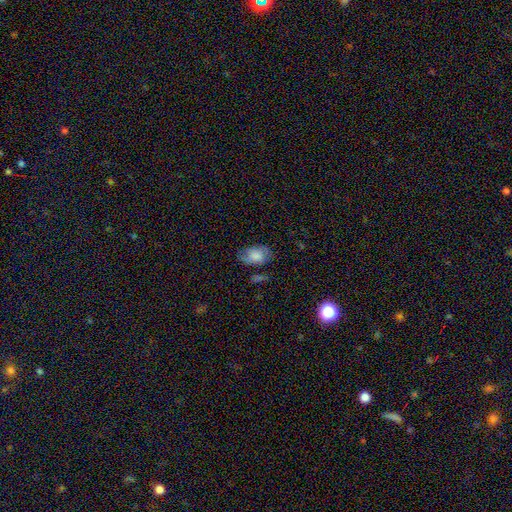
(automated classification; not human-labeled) Morphology: type=smooth (71%); roundness=in between (89%); merging=none (64%).